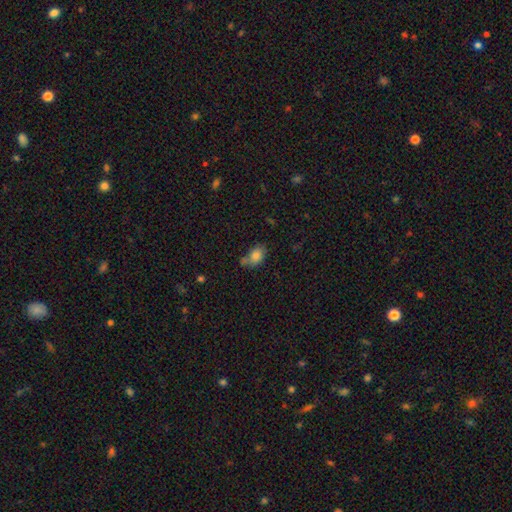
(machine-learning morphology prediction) The model was most divided on "merging": none: 48%, minor disturbance: 24%, merger: 20%, major disturbance: 8%. More confident: smooth or featured — smooth (80%); how rounded — in between (78%).